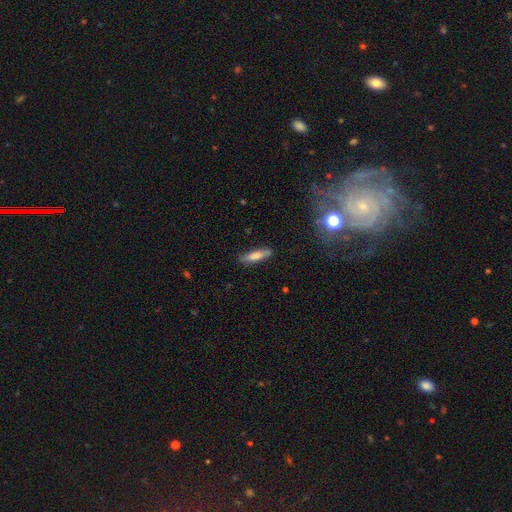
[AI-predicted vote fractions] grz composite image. It shows a smooth galaxy with no disk features (68%) that is cigar-shaped (73%). Merging: none (83%).